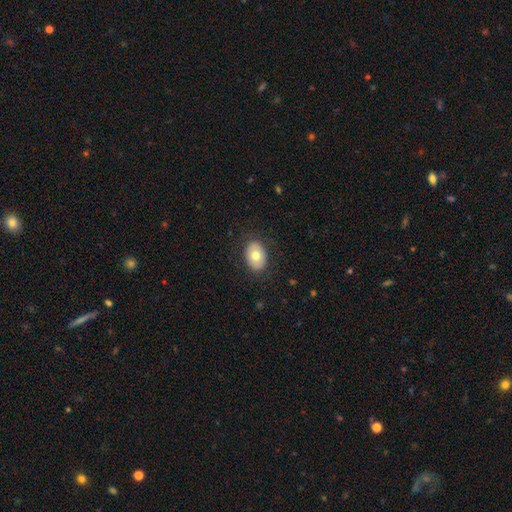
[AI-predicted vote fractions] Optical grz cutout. It shows a smooth galaxy with no disk features (72%) that is in between round and cigar-shaped (77%). Merging: none (86%).